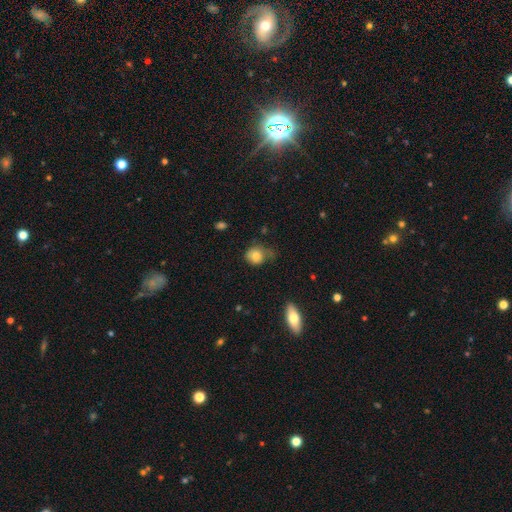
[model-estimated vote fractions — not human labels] Smooth or featured? smooth (77%)
How rounded? round (70%)
Merging? none (44%)